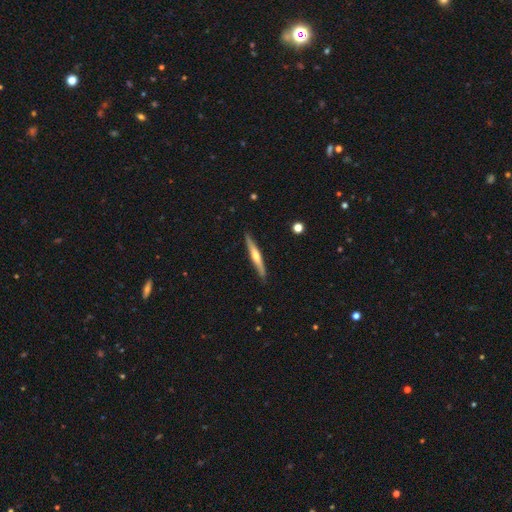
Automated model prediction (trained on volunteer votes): Morphology: type=featured or disk (55%); edge-on=yes (95%); edge-on bulge=rounded (69%); merging=none (88%).